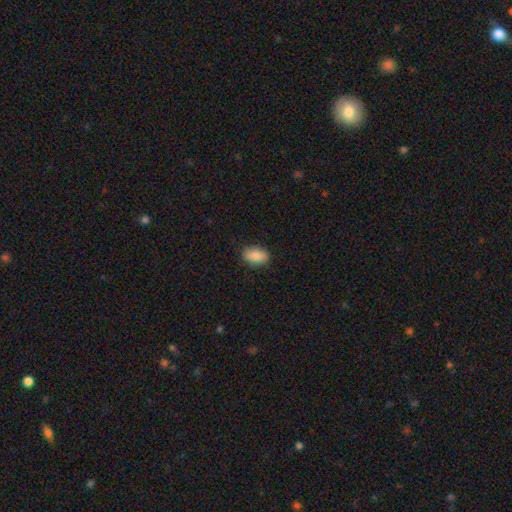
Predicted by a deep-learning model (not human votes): Morphology: type=smooth (88%); roundness=in between (90%); merging=none (86%).